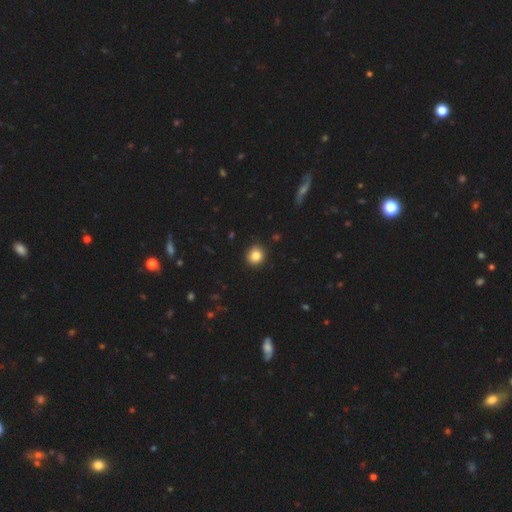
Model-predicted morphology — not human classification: The model was most divided on "how rounded": round: 86%, in between: 13%, cigar-shaped: 1%. More confident: merging — none (89%); smooth or featured — smooth (85%).